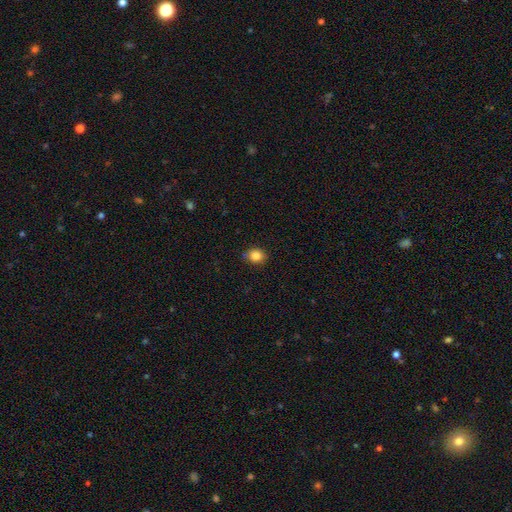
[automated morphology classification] A smooth galaxy with no disk features (84%) that is round (64%). Merging: none (81%).